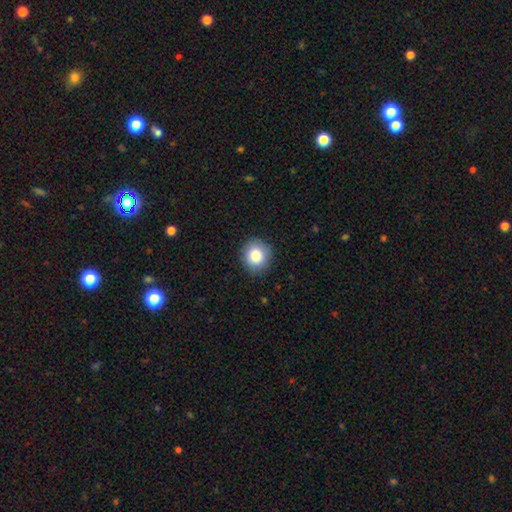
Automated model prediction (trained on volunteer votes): smooth_or_featured: smooth (p=0.85) [alt: star or artifact p=0.09]
how_rounded: round (p=0.86) [alt: in between p=0.13]
merging: none (p=0.88) [alt: minor disturbance p=0.08]